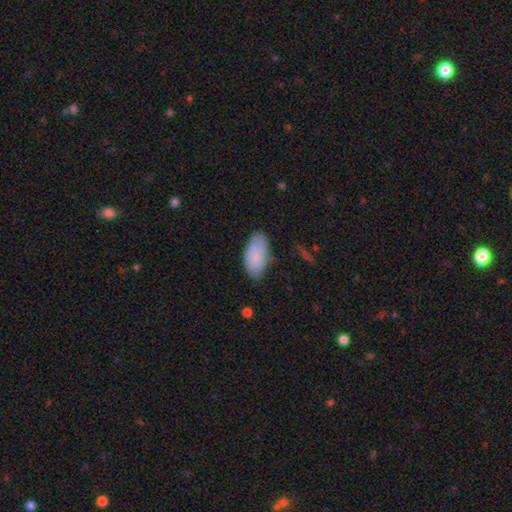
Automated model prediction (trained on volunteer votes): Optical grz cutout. It shows a smooth galaxy with no disk features (85%) that is in between round and cigar-shaped (94%). Merging: none (73%).